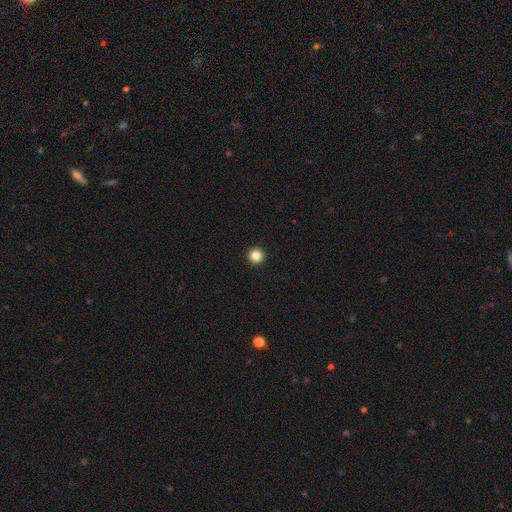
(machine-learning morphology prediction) smooth_or_featured: smooth (p=0.85) [alt: star or artifact p=0.11]
how_rounded: round (p=0.97) [alt: in between p=0.02]
merging: none (p=0.95) [alt: minor disturbance p=0.03]